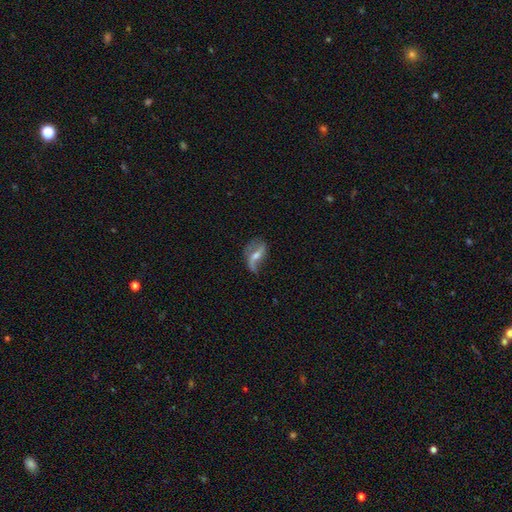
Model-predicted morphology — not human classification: A featured or disk galaxy (71%) with a weak bar (43%), 2 (72%) loose (76%) spiral arms (83%) and a moderate central bulge (52%). Merging: none (49%).